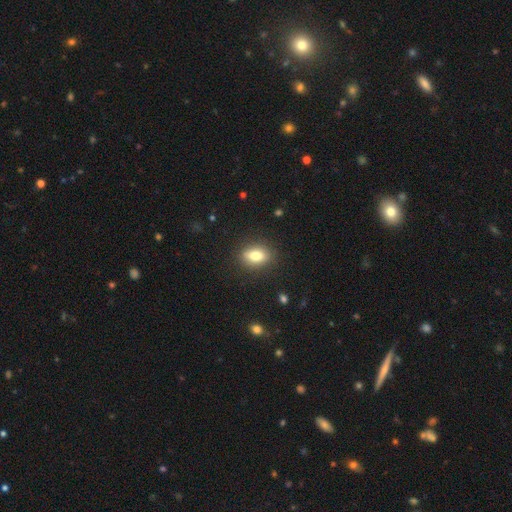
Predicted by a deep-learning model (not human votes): Smooth or featured? Predicted: smooth (p=0.80). How rounded? Predicted: in between (p=0.79). Merging? Predicted: none (p=0.86).